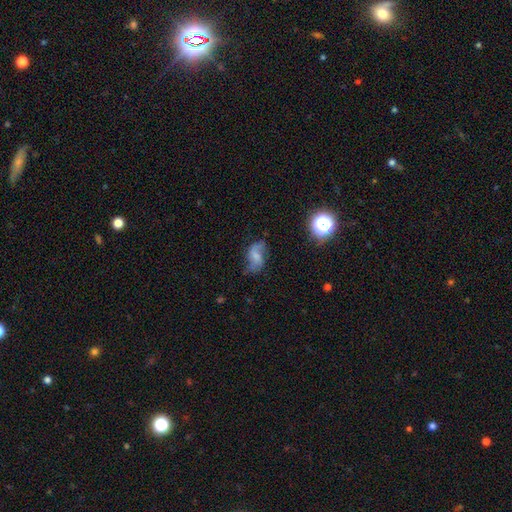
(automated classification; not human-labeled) This appears to be a featured or disk galaxy (53%) with a weak bar (43%), spiral arms (82%) and no central bulge (35%). Merging: none (51%).